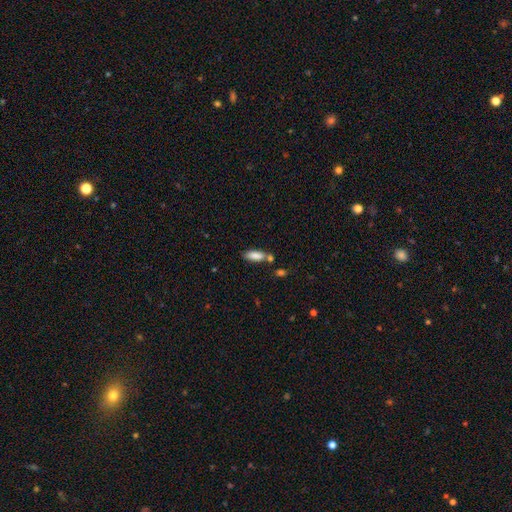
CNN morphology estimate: Smooth or featured? smooth (85%)
How rounded? in between (73%)
Merging? none (61%)